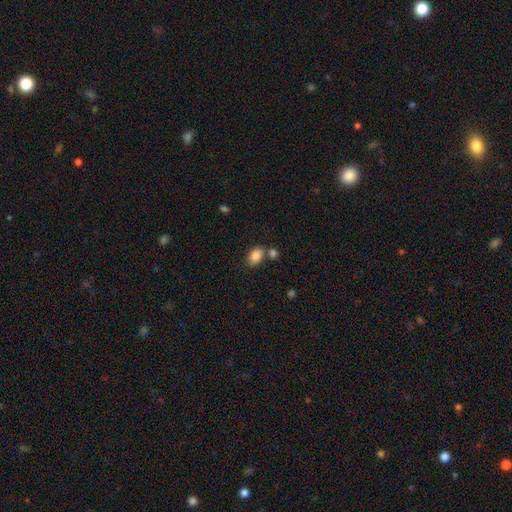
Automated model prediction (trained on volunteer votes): The model was most divided on "merging": none: 63%, merger: 20%, minor disturbance: 13%, major disturbance: 4%. More confident: smooth or featured — smooth (86%); how rounded — in between (82%).